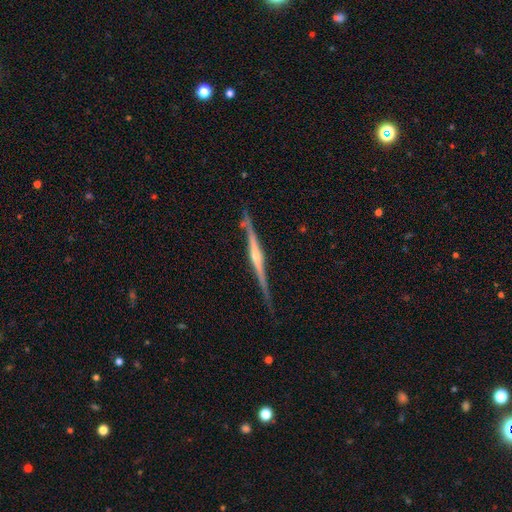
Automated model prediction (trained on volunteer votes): This appears to be a featured or disk galaxy (82%) viewed edge-on (98%) with a rounded central bulge (68%). Merging: none (78%).